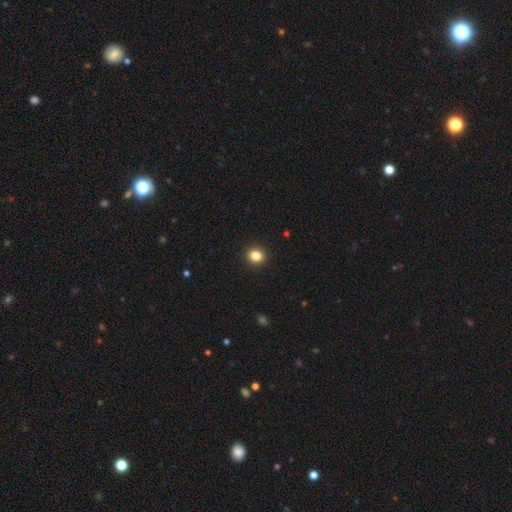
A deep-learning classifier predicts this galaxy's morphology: smooth_or_featured: smooth (p=0.84) [alt: star or artifact p=0.11]
how_rounded: round (p=0.77) [alt: in between p=0.22]
merging: none (p=0.93) [alt: minor disturbance p=0.05]